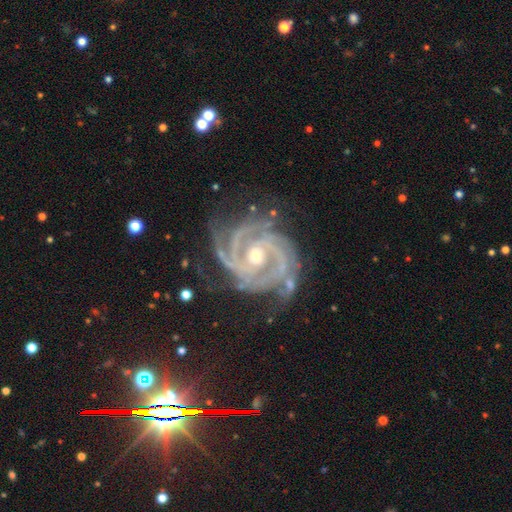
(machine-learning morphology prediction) The model was most divided on "spiral arm count": 3: 38%, 2: 27%, 4: 15%, can't tell: 8%, more than 4: 6%, 1: 6%. Remaining: spiral arms — yes (99%); edge-on disk — no (98%); smooth or featured — featured or disk (93%); spiral winding — tight (71%); merging — none (70%); bulge size — moderate (54%); bar — no (47%).